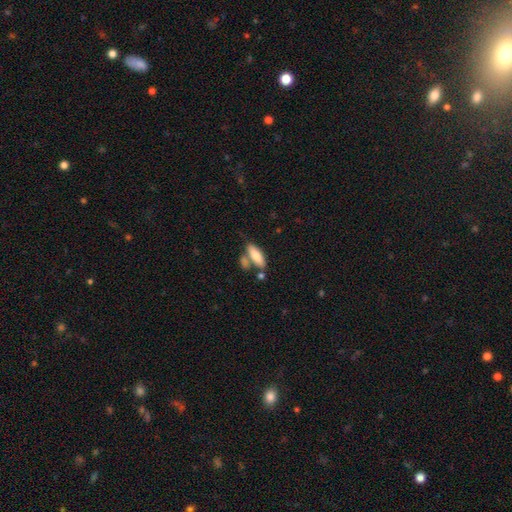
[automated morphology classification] Smooth or featured? smooth (75%)
How rounded? in between (68%)
Merging? none (58%)